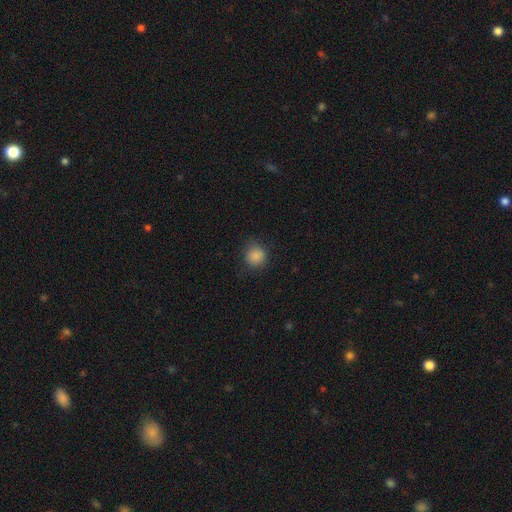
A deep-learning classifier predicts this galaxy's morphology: A smooth galaxy with no disk features (85%) that is round (88%).

Vote fractions:
- Smooth or featured? smooth: 85% / star or artifact: 11% / featured or disk: 4%
- How rounded? round: 88% / in between: 11% / cigar-shaped: 1%
- Merging? none: 80% / minor disturbance: 14% / major disturbance: 4% / merger: 1%